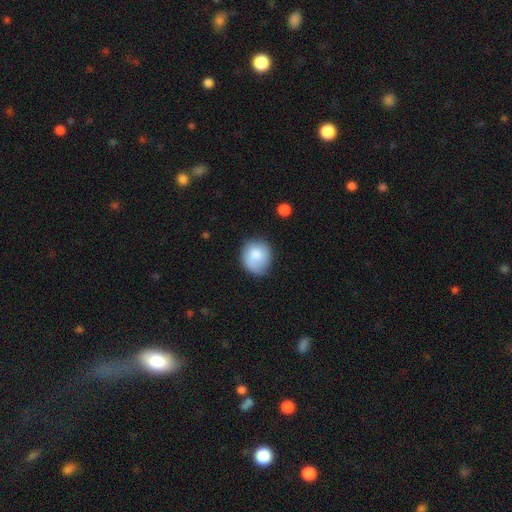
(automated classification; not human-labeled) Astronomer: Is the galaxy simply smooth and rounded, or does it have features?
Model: smooth — 80%.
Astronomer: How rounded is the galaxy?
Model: round — 75%.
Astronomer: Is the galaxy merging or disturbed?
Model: none — 64%.